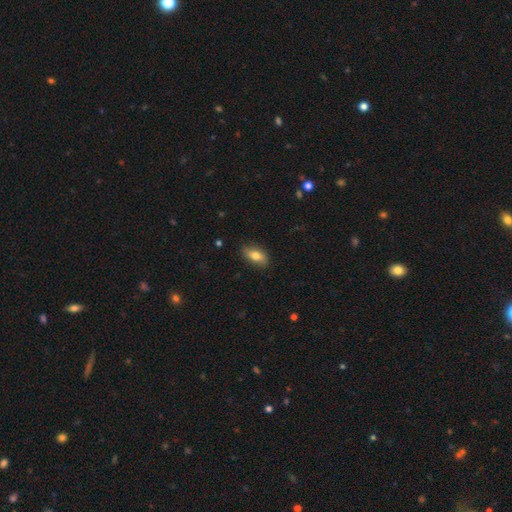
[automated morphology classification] This appears to be a smooth galaxy with no disk features (73%) that is in between round and cigar-shaped (88%). Merging: none (82%).